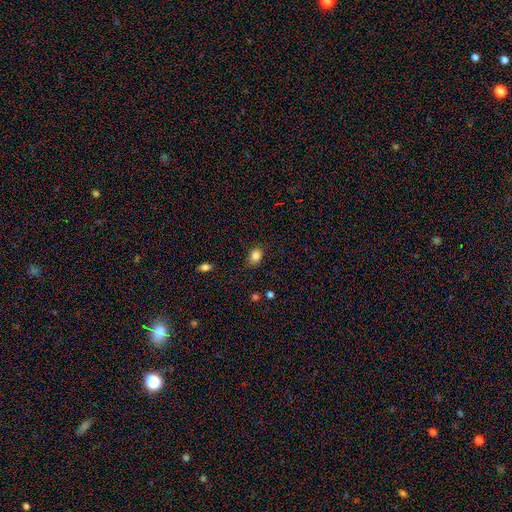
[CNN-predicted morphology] type=smooth (84%); roundness=in between (50%); merging=none (76%).